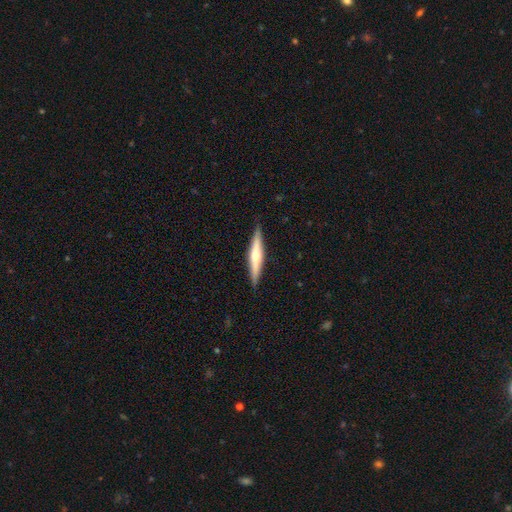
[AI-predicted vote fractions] featured or disk 61%, smooth 33%, star or artifact 5%. Down the decision tree: edge-on disk — yes (96%); edge-on bulge — rounded (85%); merging — none (89%).